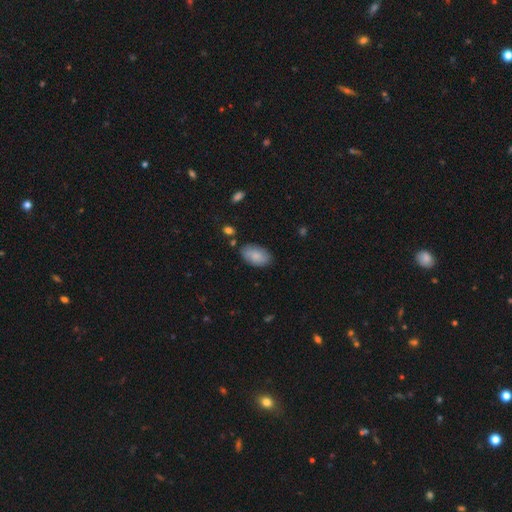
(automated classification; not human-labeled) A smooth galaxy with no disk features (80%) that is in between round and cigar-shaped (93%). Merging: none (77%).